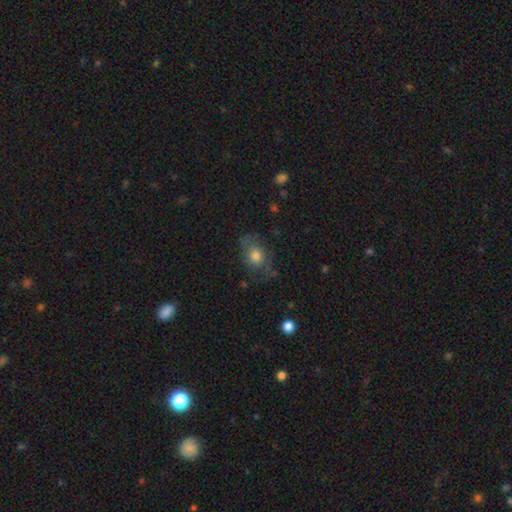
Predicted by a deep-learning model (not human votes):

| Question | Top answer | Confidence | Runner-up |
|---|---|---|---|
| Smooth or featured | smooth | 54% | featured or disk (36%) |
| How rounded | in between | 63% | round (35%) |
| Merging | none | 60% | minor disturbance (24%) |